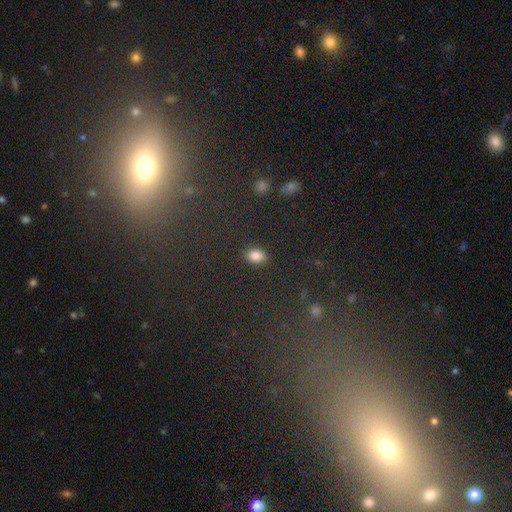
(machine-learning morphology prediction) This is clearly a smooth galaxy (83%). How rounded: likely in between (73%). Merging: clearly none (87%).